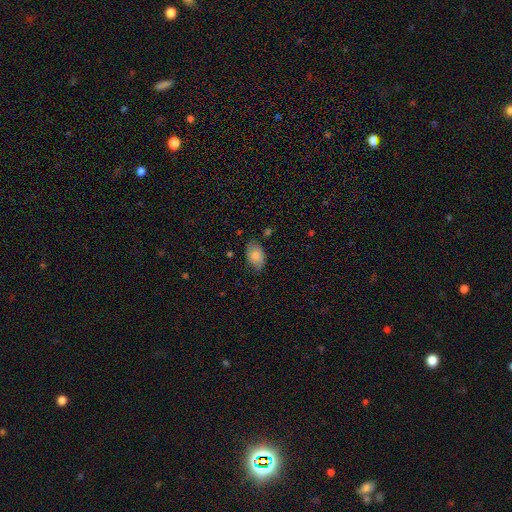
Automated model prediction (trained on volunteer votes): smooth 68%, featured or disk 25%, star or artifact 8%. Down the decision tree: how rounded — in between (88%); merging — none (67%).